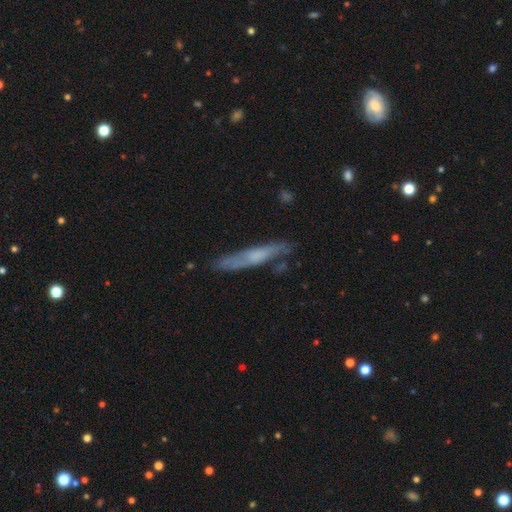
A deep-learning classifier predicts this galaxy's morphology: Smooth or featured? Predicted: featured or disk (p=0.51). Edge-on disk? Predicted: yes (p=0.78). Merging? Predicted: none (p=0.70).